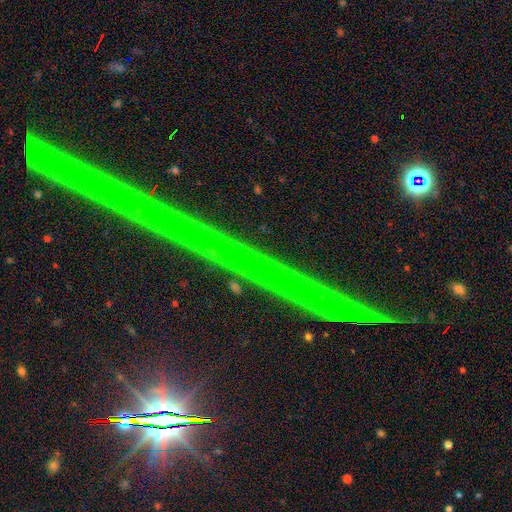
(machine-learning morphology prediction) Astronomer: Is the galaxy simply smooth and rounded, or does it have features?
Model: star or artifact — 65%.